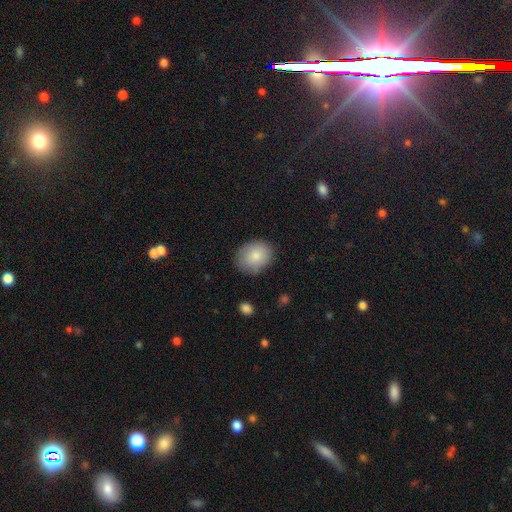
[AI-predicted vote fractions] Overall: smooth (83%). How rounded: in between (50%; round 49%). Merging: none (81%).